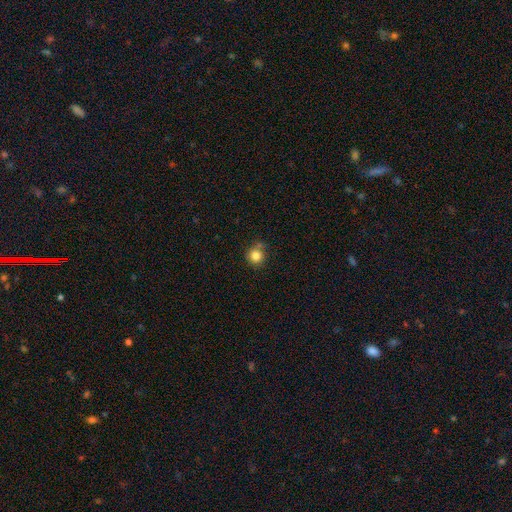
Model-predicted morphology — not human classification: A smooth galaxy with no disk features (83%) that is round (91%). Merging: none (71%).